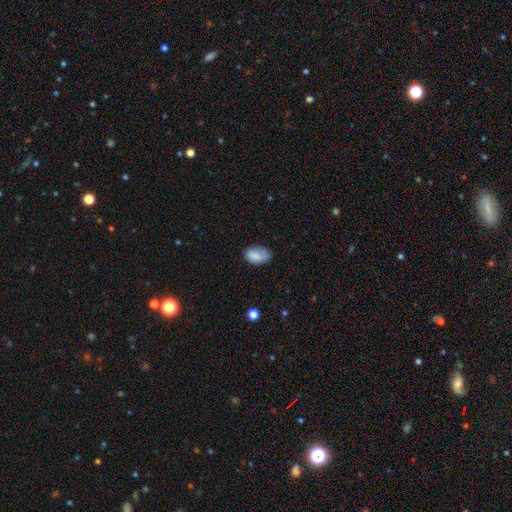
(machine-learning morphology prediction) smooth_or_featured: smooth (p=0.81) [alt: featured or disk p=0.11]
how_rounded: in between (p=0.91) [alt: round p=0.08]
merging: none (p=0.63) [alt: minor disturbance p=0.27]